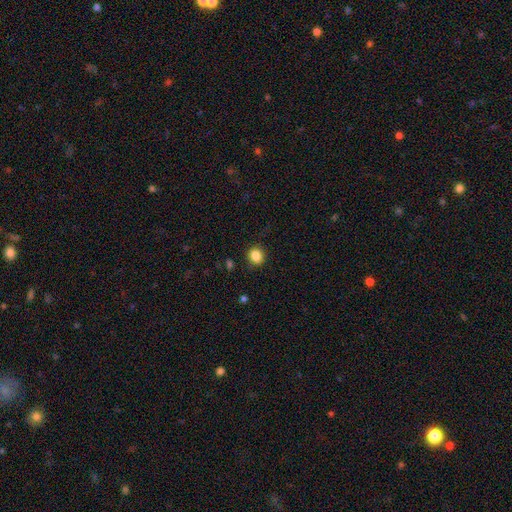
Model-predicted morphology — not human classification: This appears to be a smooth galaxy with no disk features (86%) that is round (77%). Merging: none (88%).